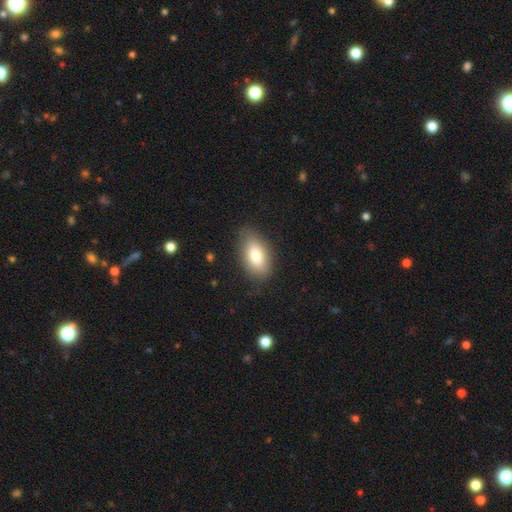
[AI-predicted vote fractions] Morphology: type=smooth (80%); roundness=in between (91%); merging=none (79%).